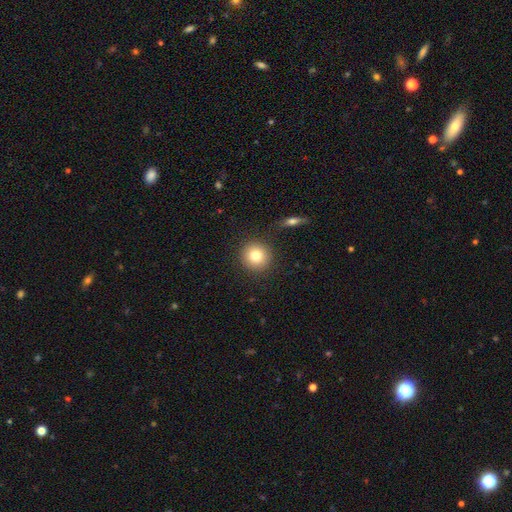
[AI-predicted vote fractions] This appears to be a smooth galaxy with no disk features (80%) that is round (93%). Merging: none (88%).